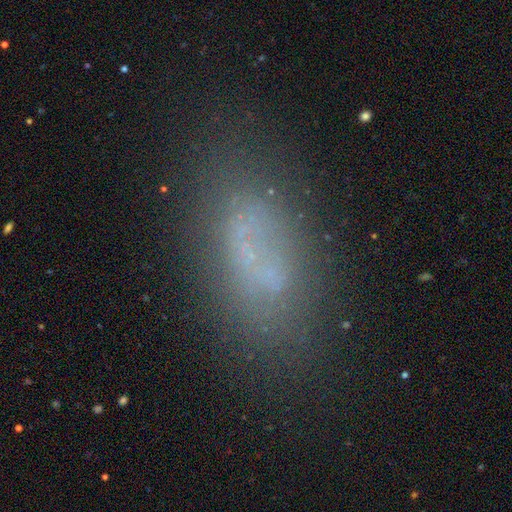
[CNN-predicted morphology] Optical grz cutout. It shows a smooth galaxy with no disk features (51%) that is in between round and cigar-shaped (76%). Merging: none (63%).